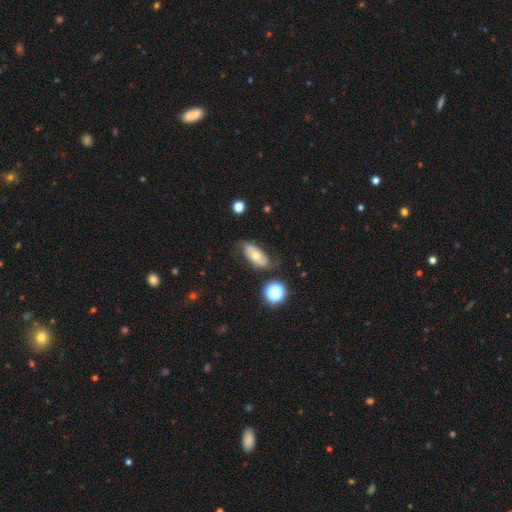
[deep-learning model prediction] A featured or disk galaxy (49%). Merging: none (66%).